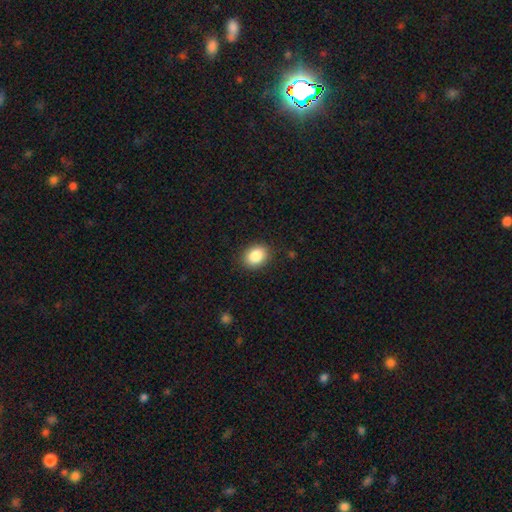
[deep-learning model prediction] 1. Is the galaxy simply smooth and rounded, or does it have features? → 87% smooth, 8% star or artifact, 5% featured or disk.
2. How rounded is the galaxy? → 59% in between, 40% round, 1% cigar-shaped.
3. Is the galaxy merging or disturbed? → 88% none, 9% minor disturbance, 3% major disturbance, 1% merger.